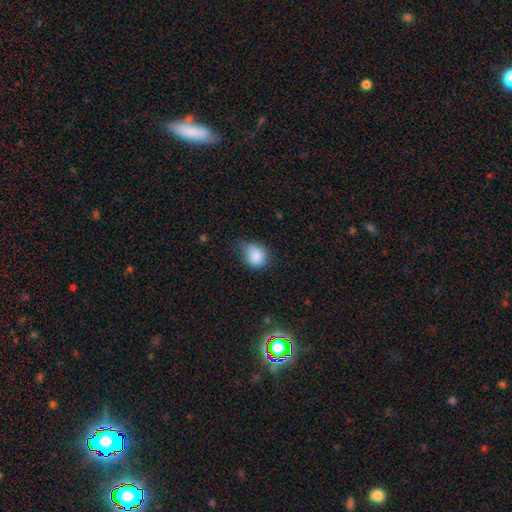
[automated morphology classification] type=smooth (85%); roundness=round (58%); merging=none (44%).